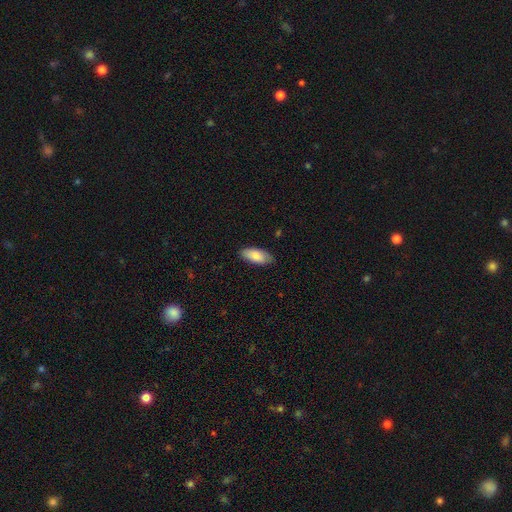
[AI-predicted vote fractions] Smooth or featured? smooth (84%)
How rounded? in between (89%)
Merging? none (85%)